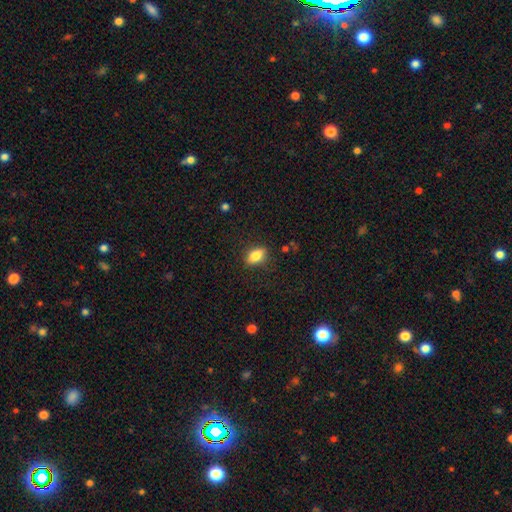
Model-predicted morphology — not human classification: smooth 79%, featured or disk 12%, star or artifact 8%. Down the decision tree: how rounded — in between (84%); merging — none (83%).